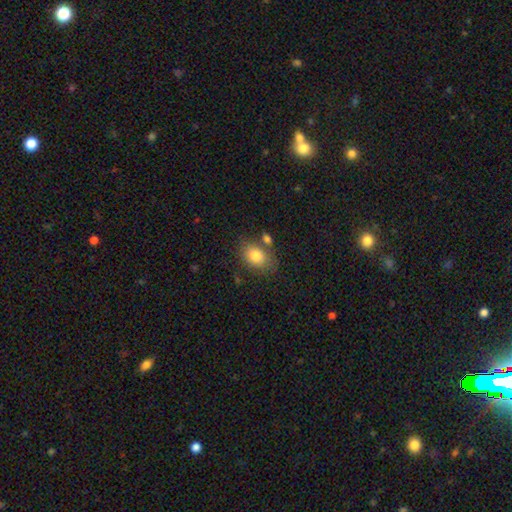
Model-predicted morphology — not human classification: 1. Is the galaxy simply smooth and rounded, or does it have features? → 81% smooth, 11% featured or disk, 8% star or artifact.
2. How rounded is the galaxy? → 78% in between, 21% round, 1% cigar-shaped.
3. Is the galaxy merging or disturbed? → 67% none, 16% minor disturbance, 13% merger, 5% major disturbance.